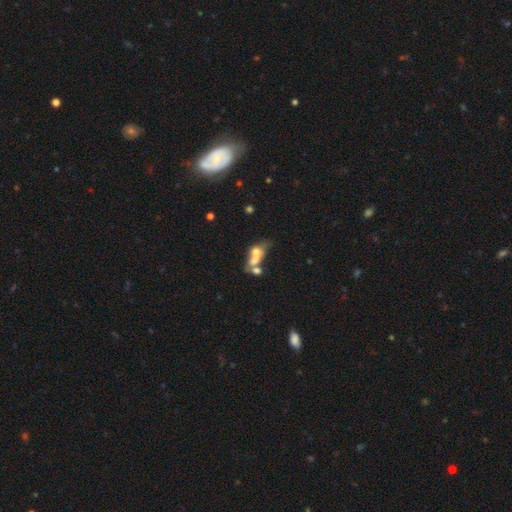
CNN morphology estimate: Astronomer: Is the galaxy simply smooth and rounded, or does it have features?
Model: smooth — 48% (runner-up: featured or disk, 39%).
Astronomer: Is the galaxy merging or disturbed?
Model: merger — 59%.